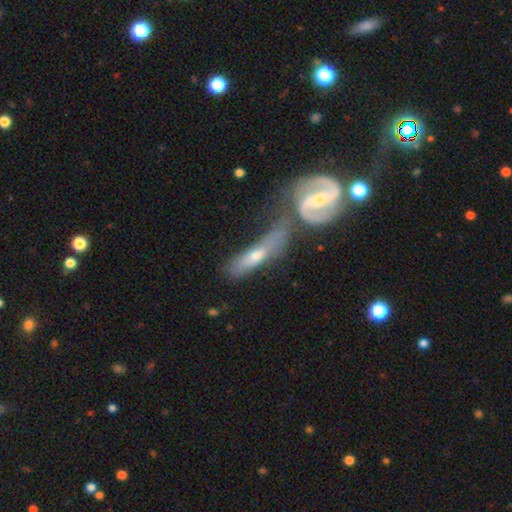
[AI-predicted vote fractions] Smooth or featured? featured or disk (58%)
Edge-on disk? no (63%)
Merging? merger (39%)